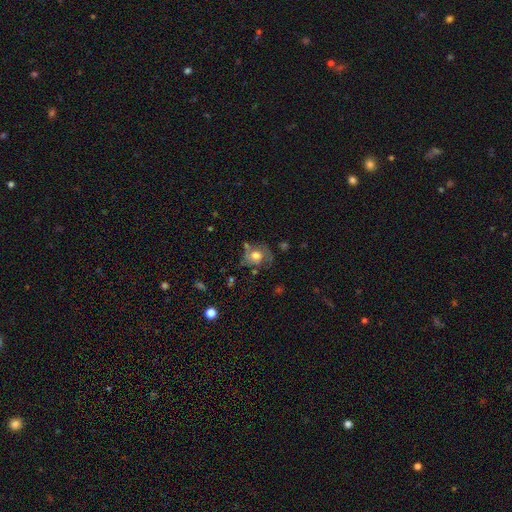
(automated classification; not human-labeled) Smooth or featured: smooth — 46% (featured or disk — 44%)
Merging: none — 49% (minor disturbance — 25%)